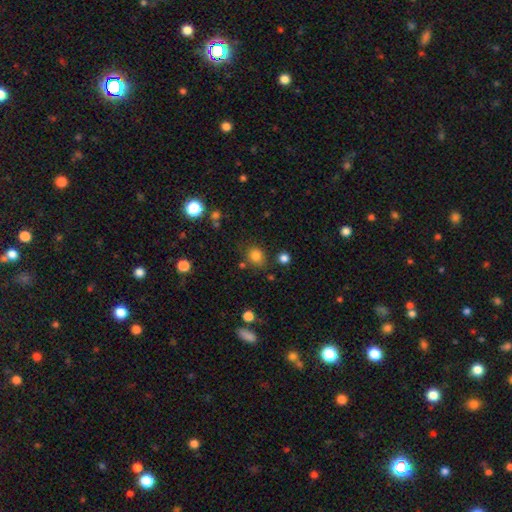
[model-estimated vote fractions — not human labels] This is clearly a smooth galaxy (80%). How rounded: likely round (70%). Merging: likely none (77%).